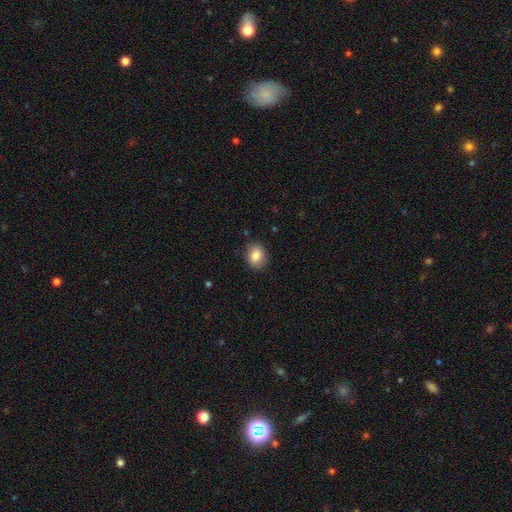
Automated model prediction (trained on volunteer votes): This appears to be a smooth galaxy with no disk features (84%) that is in between round and cigar-shaped (50%). Merging: none (86%).